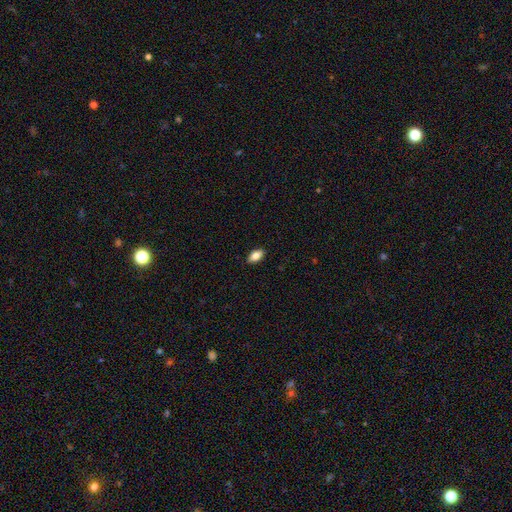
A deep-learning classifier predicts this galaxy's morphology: type=smooth (84%); roundness=in between (91%); merging=none (89%).